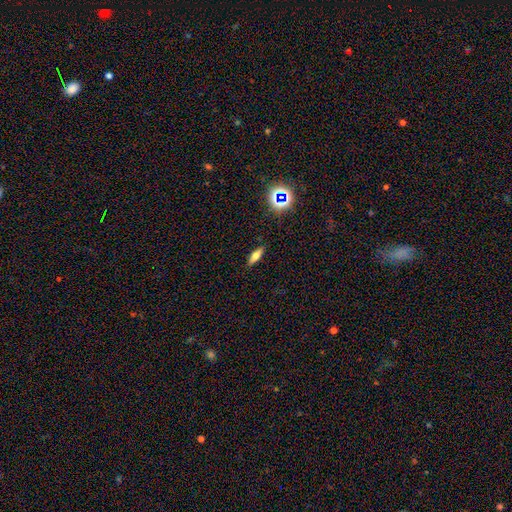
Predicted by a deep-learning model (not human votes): Q: Smooth or featured?
A: smooth (59%); runner-up: featured or disk (28%)
Q: How rounded?
A: in between (55%); runner-up: cigar-shaped (41%)
Q: Merging?
A: none (88%); runner-up: minor disturbance (9%)